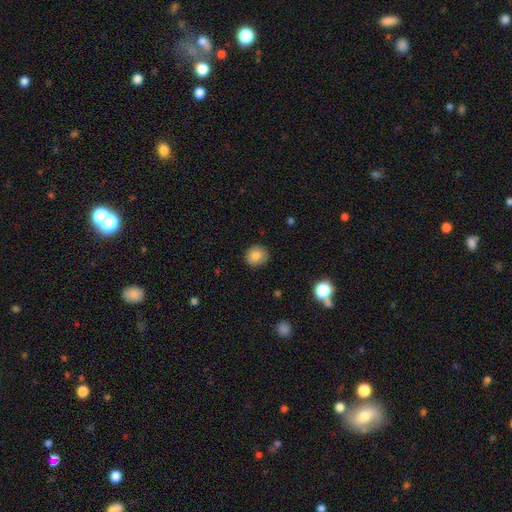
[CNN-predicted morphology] Smooth or featured: smooth — 84% (star or artifact — 9%)
How rounded: round — 84% (in between — 15%)
Merging: none — 87% (minor disturbance — 10%)